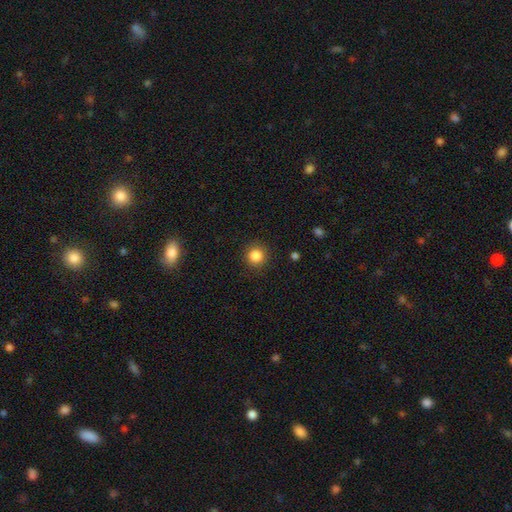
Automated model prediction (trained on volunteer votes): This appears to be a smooth galaxy with no disk features (85%) that is round (93%). Merging: none (90%).